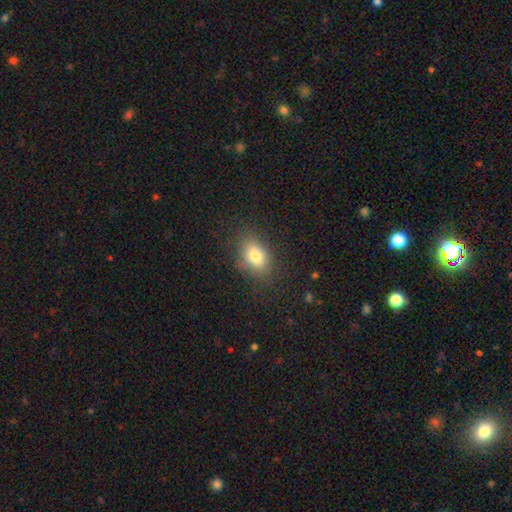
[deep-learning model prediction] Overall: smooth (79%). How rounded: in between (80%). Merging: none (78%).